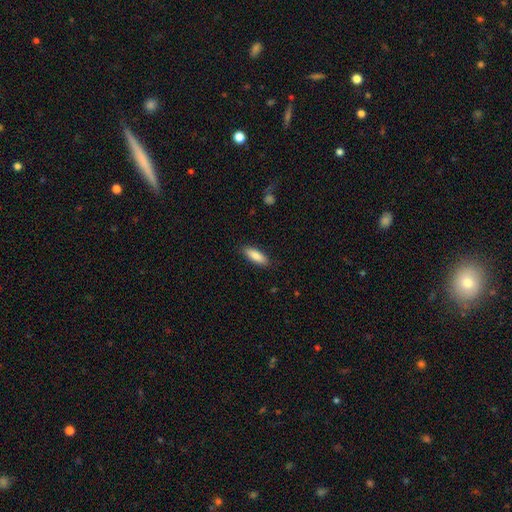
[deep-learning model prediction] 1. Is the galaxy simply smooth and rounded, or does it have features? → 86% smooth, 8% featured or disk, 6% star or artifact.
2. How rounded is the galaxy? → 62% in between, 37% cigar-shaped, 2% round.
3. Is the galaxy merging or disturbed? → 88% none, 9% minor disturbance, 2% major disturbance, 1% merger.